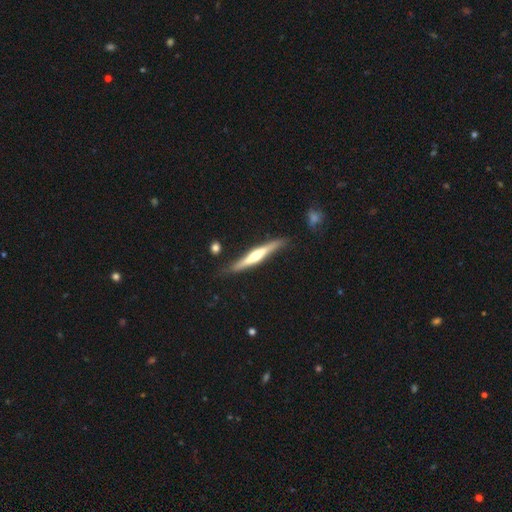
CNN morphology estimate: smooth-or-featured: featured or disk: 66% | smooth: 29% | star or artifact: 5%
  disk-edge-on: yes: 96% | no: 4%
    edge-on-bulge: rounded: 82% | boxy: 9% | none: 9%
  merging: none: 82% | minor disturbance: 13% | major disturbance: 3% | merger: 3%